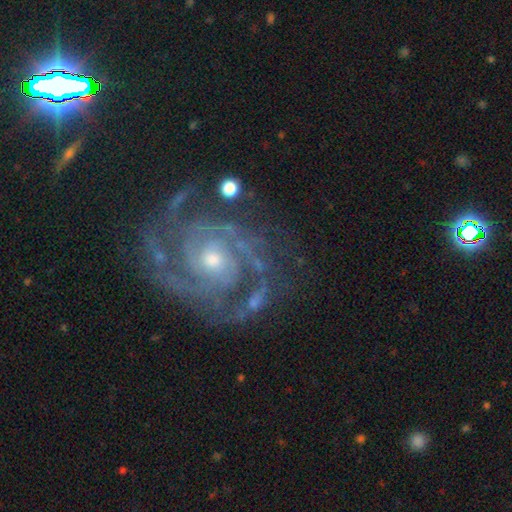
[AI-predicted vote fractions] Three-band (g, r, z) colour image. It shows a featured or disk galaxy (92%) with no bar (71%), 2 (31%) tight (65%) spiral arms (98%) and a small central bulge (50%). Merging: none (70%).